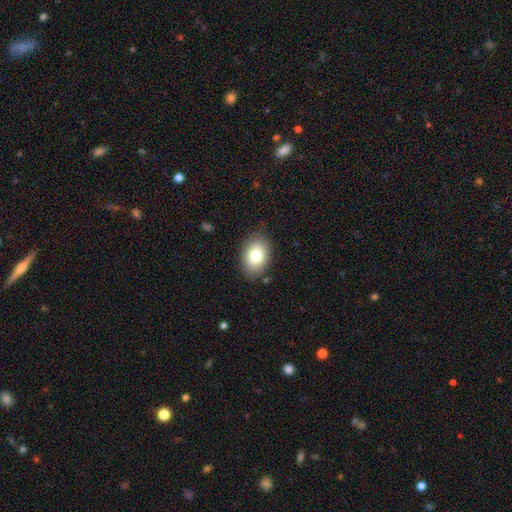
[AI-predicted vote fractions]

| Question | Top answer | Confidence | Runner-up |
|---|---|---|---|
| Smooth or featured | smooth | 81% | featured or disk (11%) |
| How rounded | in between | 80% | round (19%) |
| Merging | none | 85% | minor disturbance (11%) |